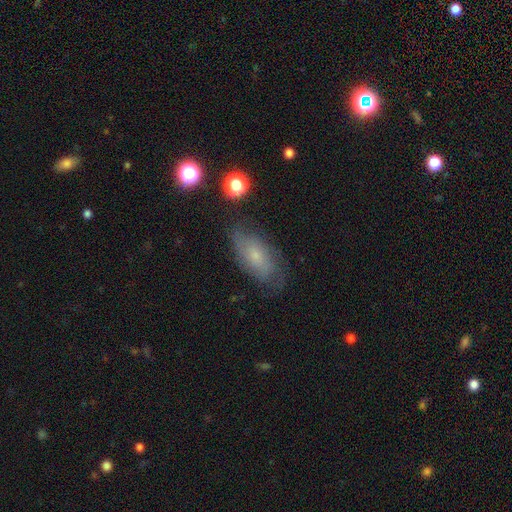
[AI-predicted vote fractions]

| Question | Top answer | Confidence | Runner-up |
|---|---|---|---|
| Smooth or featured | featured or disk | 47% | smooth (43%) |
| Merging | none | 69% | minor disturbance (21%) |